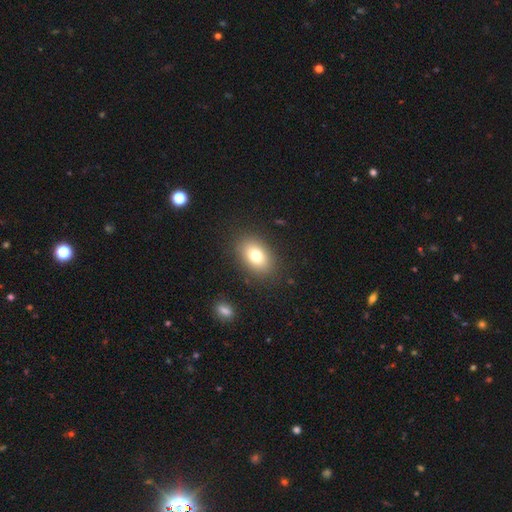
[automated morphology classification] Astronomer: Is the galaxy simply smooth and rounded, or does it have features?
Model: smooth — 77%.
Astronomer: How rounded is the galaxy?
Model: in between — 83%.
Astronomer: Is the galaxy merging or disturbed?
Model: none — 86%.